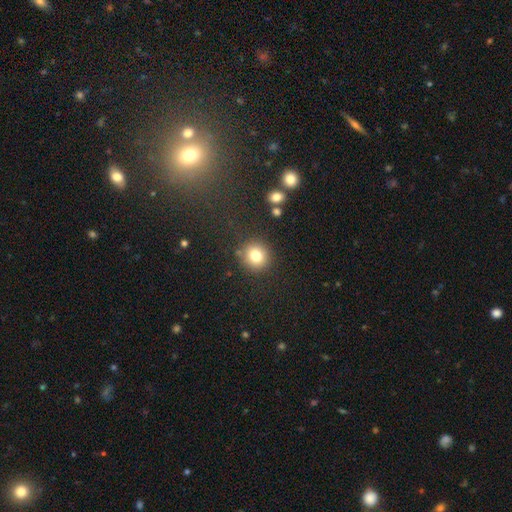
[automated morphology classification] This appears to be a smooth galaxy with no disk features (79%) that is round (89%). Merging: none (84%).